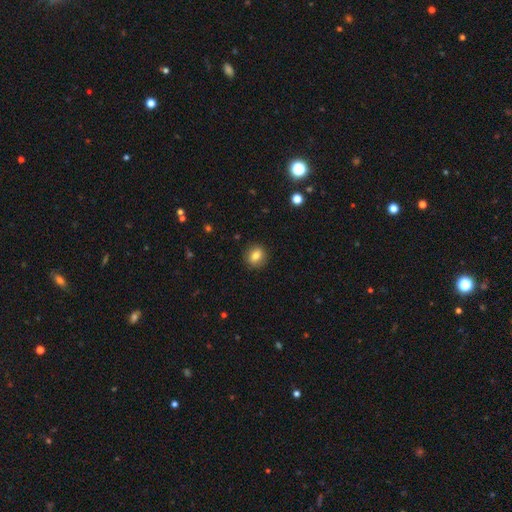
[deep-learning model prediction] smooth-or-featured: smooth: 79% | featured or disk: 11% | star or artifact: 10%
  how-rounded: round: 75% | in between: 24% | cigar-shaped: 1%
  merging: none: 89% | minor disturbance: 8% | major disturbance: 2% | merger: 1%